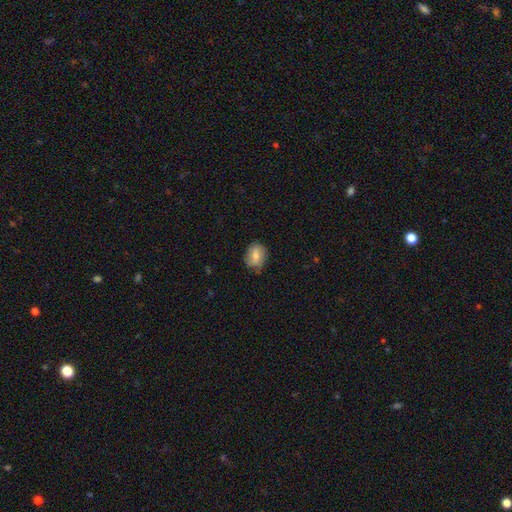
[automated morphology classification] smooth 69%, featured or disk 23%, star or artifact 8%. Down the decision tree: how rounded — in between (53%); merging — none (74%).